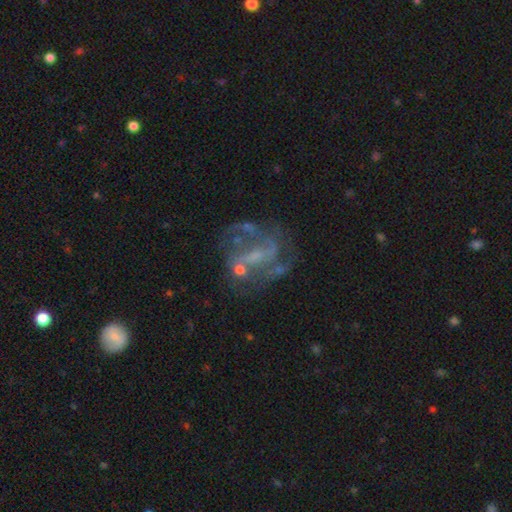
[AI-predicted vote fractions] The model was most divided on "bulge size": small: 42%, none: 36%, moderate: 19%, large: 2%, dominant: 1%. Remaining: edge-on disk — no (97%); smooth or featured — featured or disk (75%); spiral arms — yes (69%); merging — none (51%); bar — weak (43%).